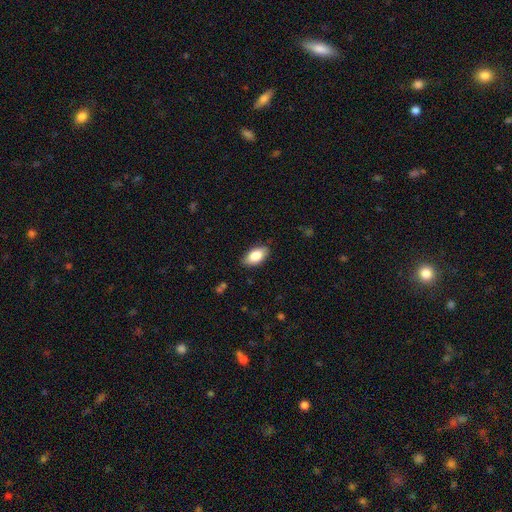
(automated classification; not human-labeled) smooth-or-featured: smooth: 84% | featured or disk: 10% | star or artifact: 7%
  how-rounded: in between: 93% | round: 4% | cigar-shaped: 3%
  merging: none: 85% | minor disturbance: 12% | major disturbance: 2% | merger: 1%